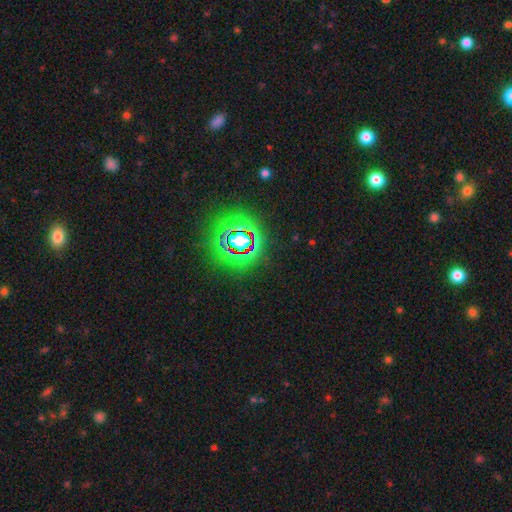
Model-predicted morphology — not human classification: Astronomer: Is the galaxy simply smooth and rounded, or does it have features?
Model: star or artifact — 80%.